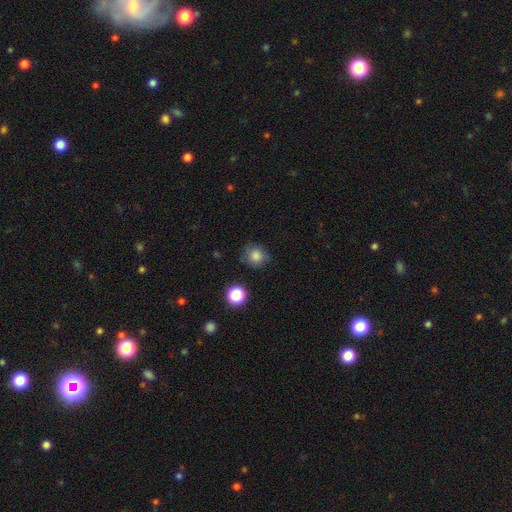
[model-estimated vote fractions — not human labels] Morphology: type=smooth (82%); roundness=round (88%); merging=none (78%).